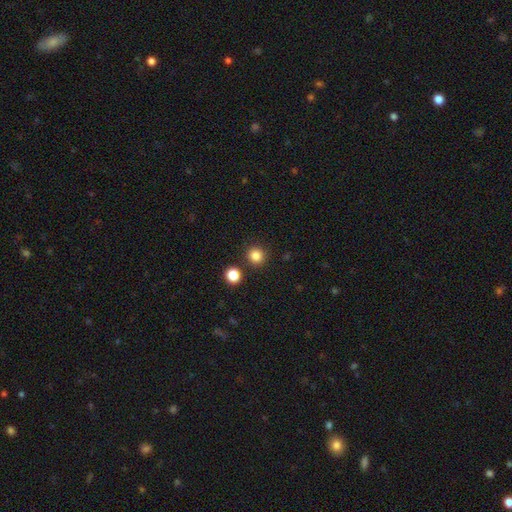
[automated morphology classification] Overall: smooth (84%). How rounded: round (93%). Merging: none (89%).